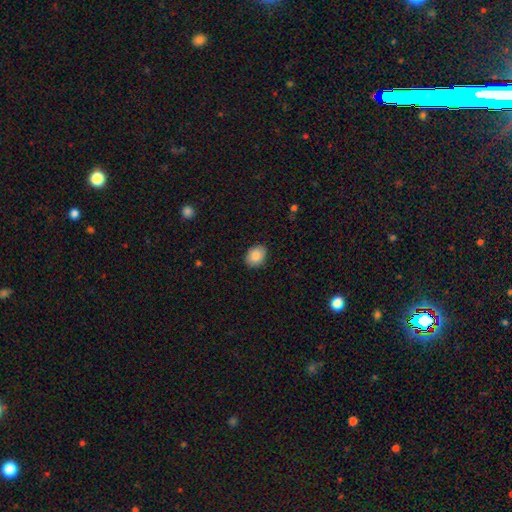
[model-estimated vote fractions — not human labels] The model was most divided on "how rounded": in between: 67%, round: 32%, cigar-shaped: 1%. More confident: merging — none (87%); smooth or featured — smooth (87%).